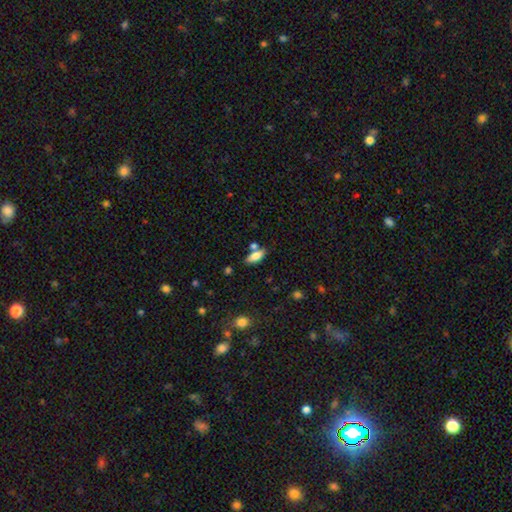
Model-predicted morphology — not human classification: Smooth or featured? smooth (77%)
How rounded? in between (74%)
Merging? none (66%)